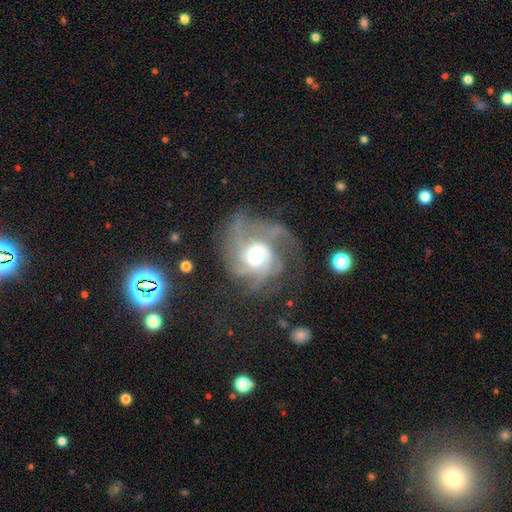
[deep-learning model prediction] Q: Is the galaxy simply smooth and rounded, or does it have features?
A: featured or disk — 81%.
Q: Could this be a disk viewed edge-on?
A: no — 97%.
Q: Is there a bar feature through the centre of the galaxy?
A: no — 69%.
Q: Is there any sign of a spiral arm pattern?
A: yes — 93%.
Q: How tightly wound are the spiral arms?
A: medium — 44%.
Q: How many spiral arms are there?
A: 3 — 35%.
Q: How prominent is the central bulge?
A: moderate — 57%.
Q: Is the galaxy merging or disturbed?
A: none — 42%.